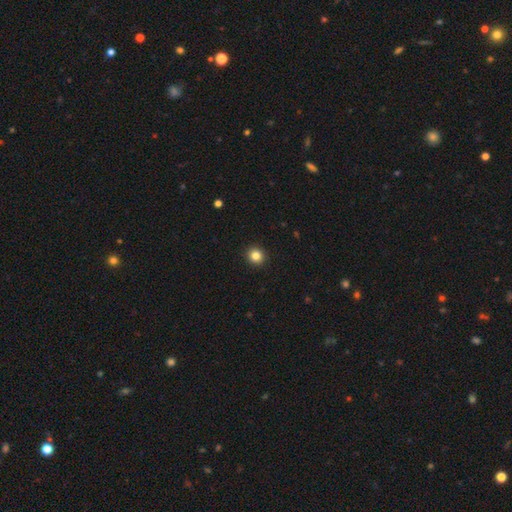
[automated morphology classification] smooth_or_featured: smooth (p=0.84) [alt: star or artifact p=0.11]
how_rounded: round (p=0.92) [alt: in between p=0.07]
merging: none (p=0.93) [alt: minor disturbance p=0.04]